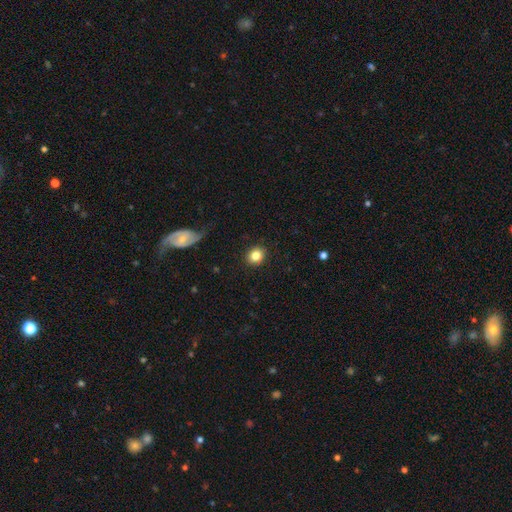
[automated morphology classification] smooth-or-featured: smooth: 83% | star or artifact: 10% | featured or disk: 7%
  how-rounded: round: 79% | in between: 21% | cigar-shaped: 1%
  merging: none: 90% | minor disturbance: 7% | major disturbance: 2% | merger: 1%